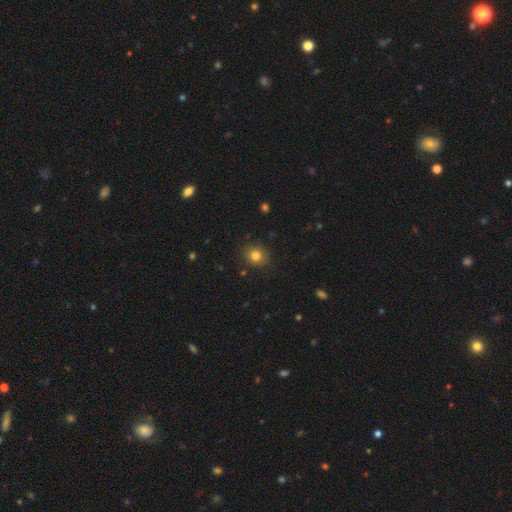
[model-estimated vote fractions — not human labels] Smooth or featured? Predicted: smooth (p=0.81). How rounded? Predicted: round (p=0.78). Merging? Predicted: none (p=0.88).